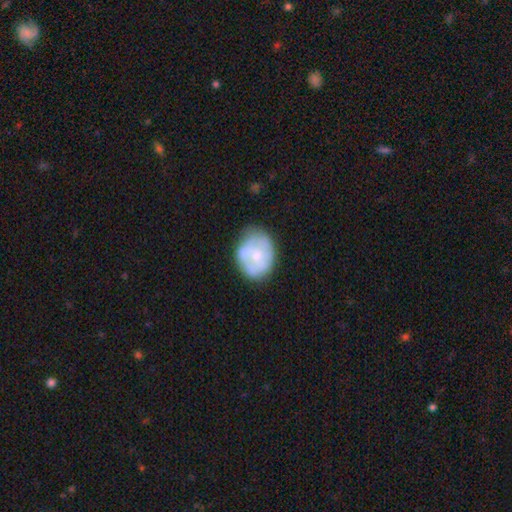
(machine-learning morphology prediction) A featured or disk galaxy (49%).

Vote fractions:
- Smooth or featured? featured or disk: 49% / smooth: 45% / star or artifact: 6%
- Merging? none: 58% / minor disturbance: 29% / major disturbance: 10% / merger: 3%